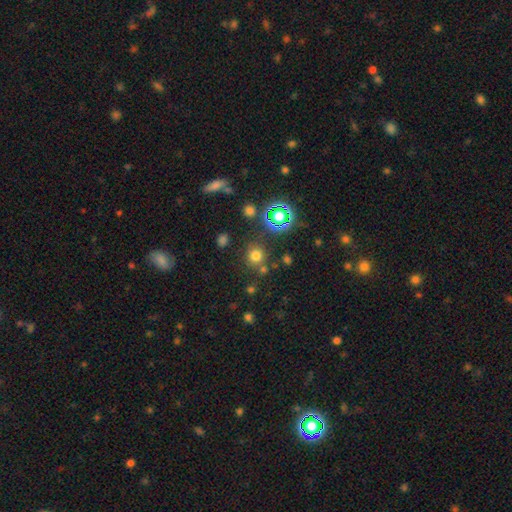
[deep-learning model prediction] A smooth galaxy with no disk features (69%) that is round (90%). Merging: none (77%).